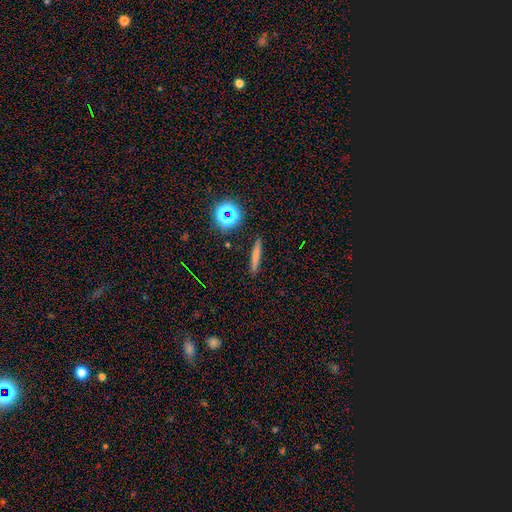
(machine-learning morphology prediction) Smooth or featured? smooth (67%)
How rounded? cigar-shaped (91%)
Merging? none (88%)